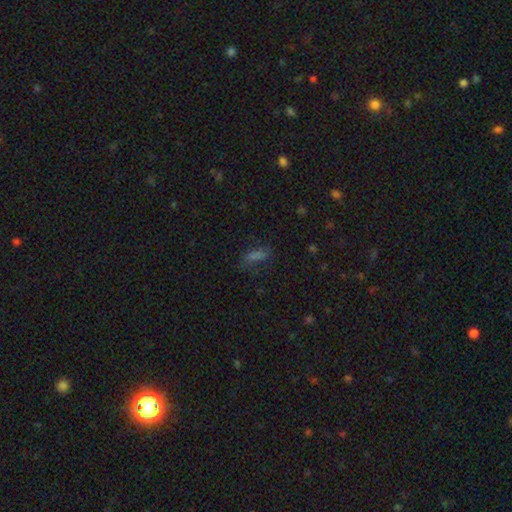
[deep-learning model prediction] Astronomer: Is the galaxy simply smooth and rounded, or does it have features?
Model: smooth — 61%.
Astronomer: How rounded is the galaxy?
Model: in between — 54% (runner-up: cigar-shaped, 41%).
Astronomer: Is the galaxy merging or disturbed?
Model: none — 65%.